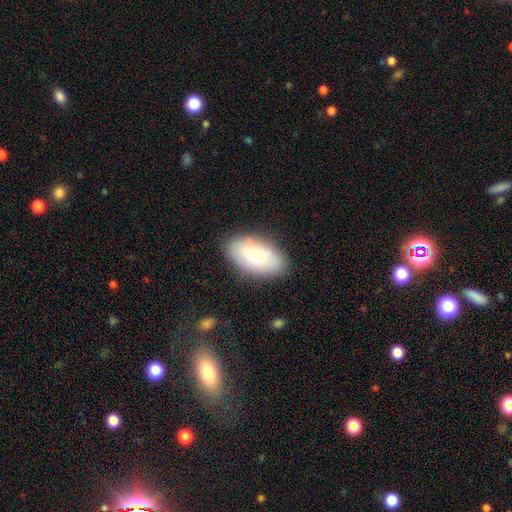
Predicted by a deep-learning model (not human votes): The model was most divided on "smooth or featured": smooth: 74%, featured or disk: 20%, star or artifact: 7%. More confident: how rounded — in between (93%); merging — none (83%).